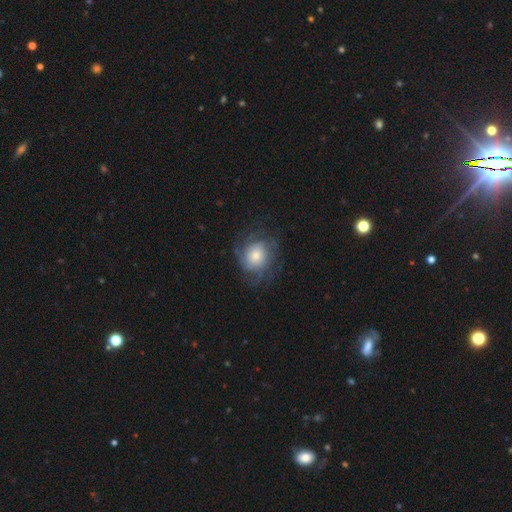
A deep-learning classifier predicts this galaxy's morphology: type=featured or disk (55%); edge-on=no (97%); bar=no (80%); spiral arms=yes (84%); bulge=moderate (45%); merging=none (66%).